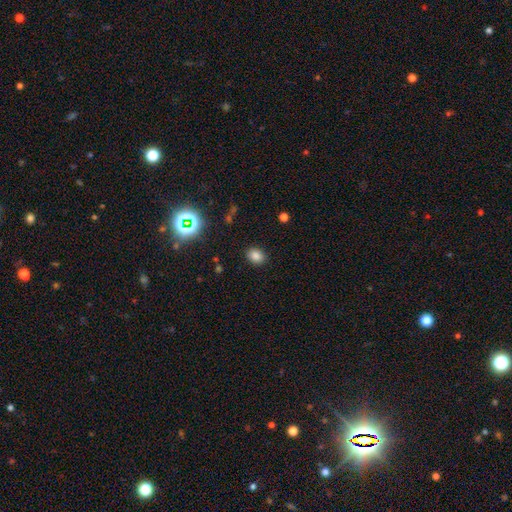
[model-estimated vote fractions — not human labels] Smooth or featured: smooth — 81% (star or artifact — 14%)
How rounded: in between — 55% (round — 44%)
Merging: none — 88% (minor disturbance — 8%)